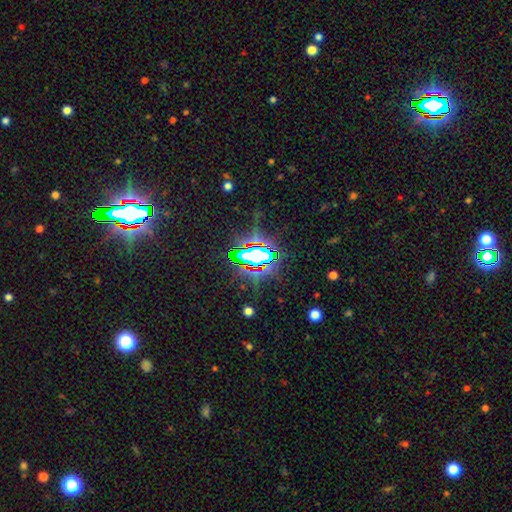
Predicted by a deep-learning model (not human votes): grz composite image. It shows a star or artifact, not a galaxy (73%).